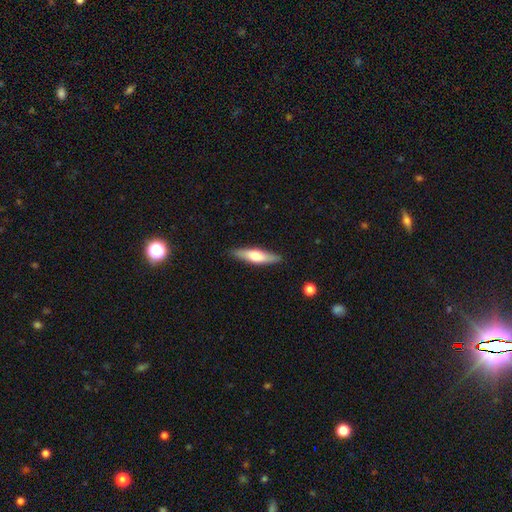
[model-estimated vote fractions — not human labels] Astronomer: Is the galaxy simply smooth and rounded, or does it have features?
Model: smooth — 55% (runner-up: featured or disk, 39%).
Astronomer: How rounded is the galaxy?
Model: cigar-shaped — 73%.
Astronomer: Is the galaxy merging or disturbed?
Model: none — 88%.